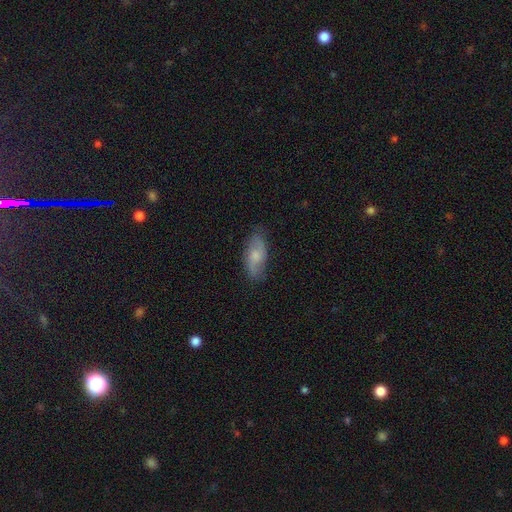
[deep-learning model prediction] Smooth or featured? Predicted: smooth (p=0.52). How rounded? Predicted: in between (p=0.83). Merging? Predicted: none (p=0.78).